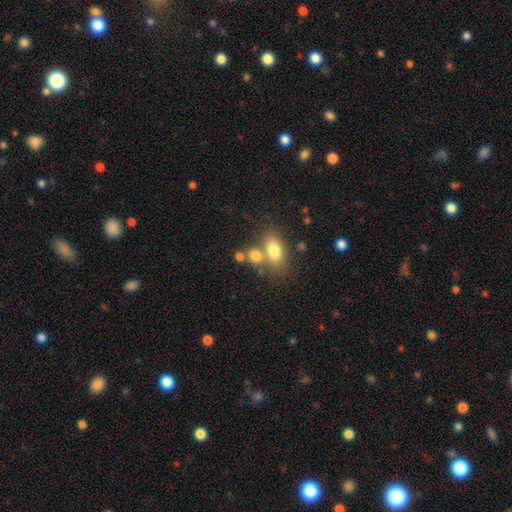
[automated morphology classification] smooth-or-featured: smooth: 76% | featured or disk: 14% | star or artifact: 10%
  how-rounded: in between: 70% | round: 26% | cigar-shaped: 4%
  merging: none: 45% | merger: 39% | minor disturbance: 10% | major disturbance: 5%